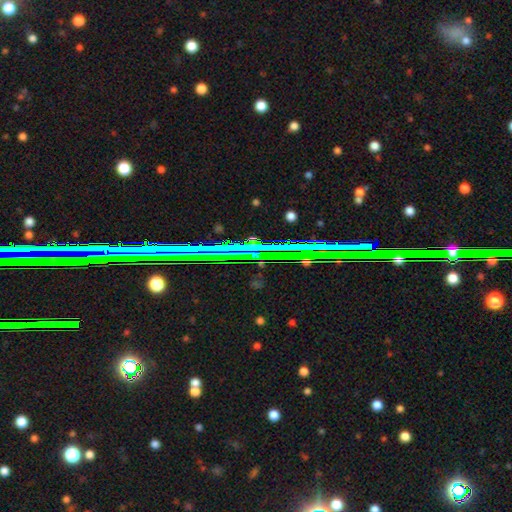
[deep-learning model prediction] Overall: star or artifact (73%).